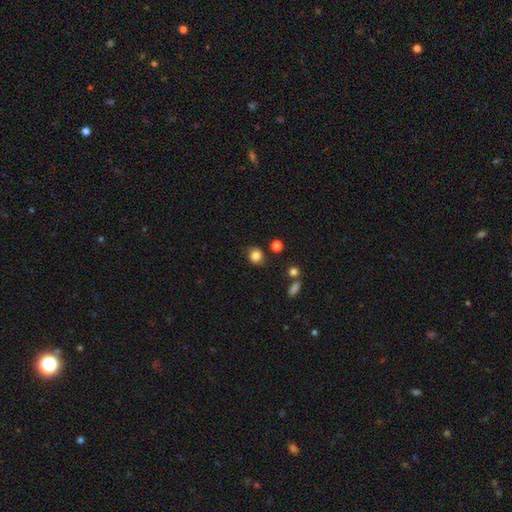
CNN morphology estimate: A smooth galaxy with no disk features (83%) that is round (75%).

Vote fractions:
- Smooth or featured? smooth: 83% / star or artifact: 11% / featured or disk: 6%
- How rounded? round: 75% / in between: 24% / cigar-shaped: 1%
- Merging? none: 78% / minor disturbance: 15% / merger: 4% / major disturbance: 4%